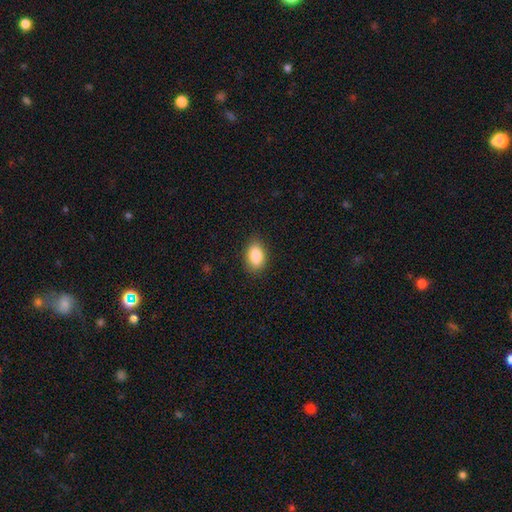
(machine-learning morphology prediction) A smooth galaxy with no disk features (87%) that is in between round and cigar-shaped (89%). Merging: none (85%).